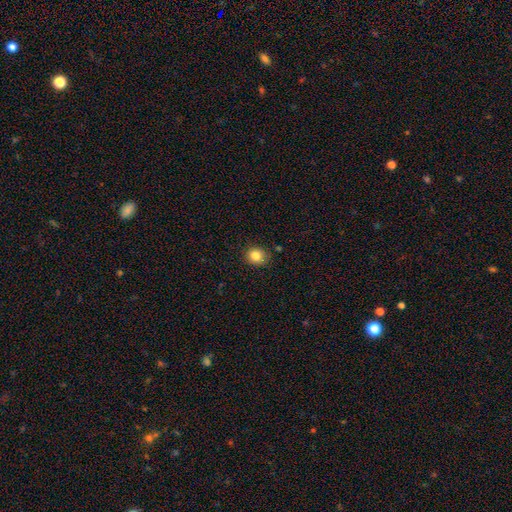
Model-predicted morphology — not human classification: Smooth or featured? smooth (83%)
How rounded? round (73%)
Merging? none (82%)